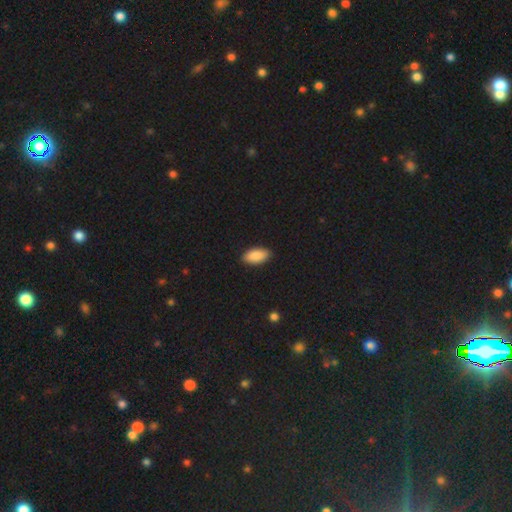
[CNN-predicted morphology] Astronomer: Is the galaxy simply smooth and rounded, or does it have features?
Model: smooth — 89%.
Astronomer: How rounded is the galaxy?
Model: in between — 92%.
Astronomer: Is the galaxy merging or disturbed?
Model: none — 88%.